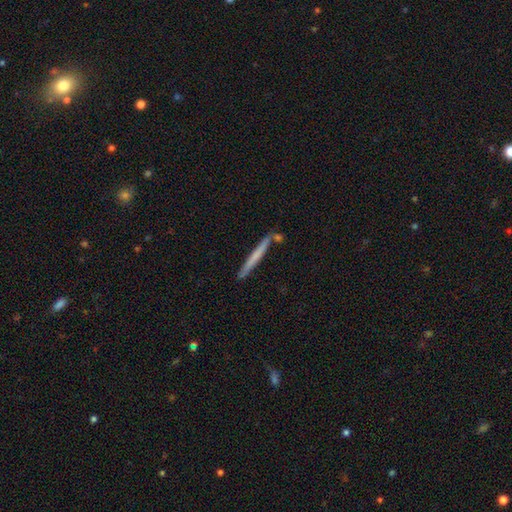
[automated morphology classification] smooth-or-featured: smooth: 53% | featured or disk: 41% | star or artifact: 6%
  how-rounded: cigar-shaped: 97% | in between: 2% | round: 1%
  merging: none: 83% | minor disturbance: 9% | merger: 6% | major disturbance: 2%